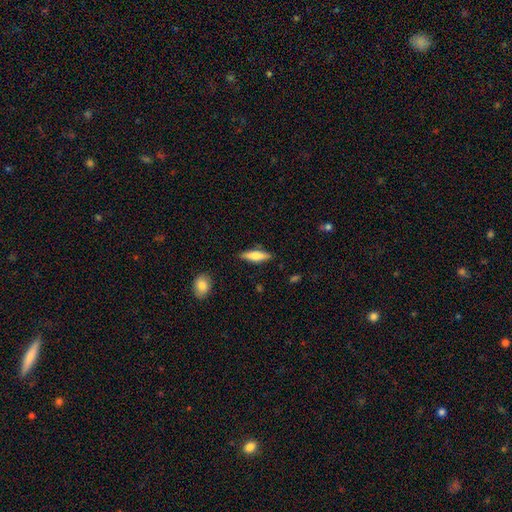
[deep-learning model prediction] smooth 63%, featured or disk 31%, star or artifact 6%. Down the decision tree: how rounded — cigar-shaped (62%); merging — none (86%).